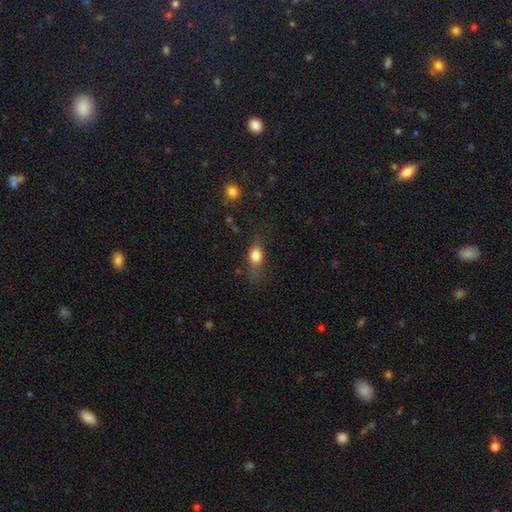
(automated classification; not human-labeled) smooth 77%, featured or disk 13%, star or artifact 9%. Down the decision tree: how rounded — in between (67%); merging — none (59%).